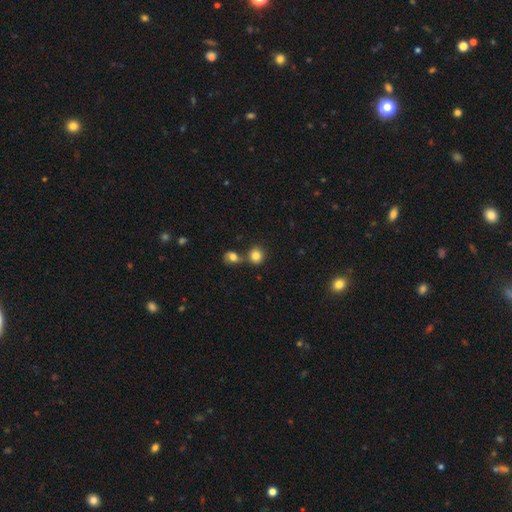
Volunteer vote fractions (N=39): Smooth or featured? 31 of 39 (79%) said smooth. How rounded? 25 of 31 (81%) said round. Merging? 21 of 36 (58%) said none.